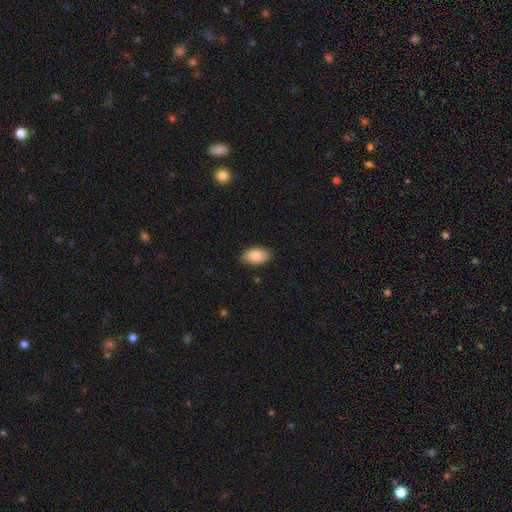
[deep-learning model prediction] Smooth or featured? smooth (87%)
How rounded? in between (94%)
Merging? none (82%)